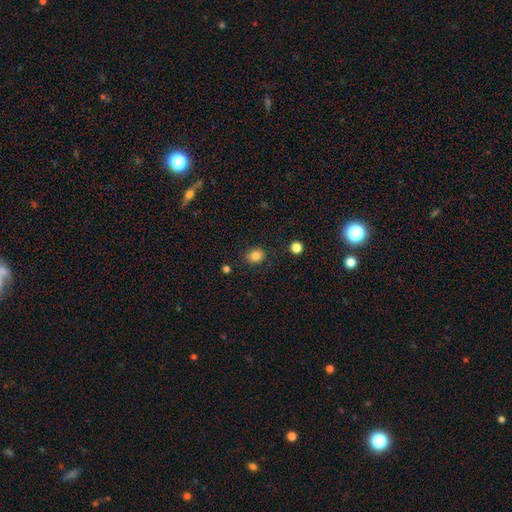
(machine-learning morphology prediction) Smooth or featured?
  - smooth: 84% *
  - star or artifact: 11%
  - featured or disk: 5%
How rounded?
  - round: 62% *
  - in between: 37%
  - cigar-shaped: 1%
Merging?
  - none: 84% *
  - minor disturbance: 11%
  - major disturbance: 3%
  - merger: 2%